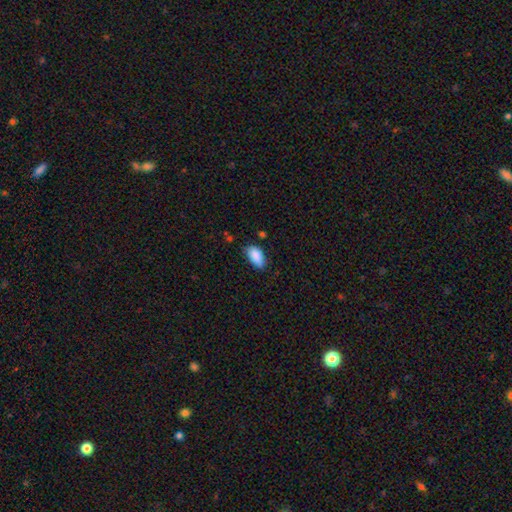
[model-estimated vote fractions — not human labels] This appears to be a smooth galaxy with no disk features (88%) that is in between round and cigar-shaped (93%). Merging: none (66%).